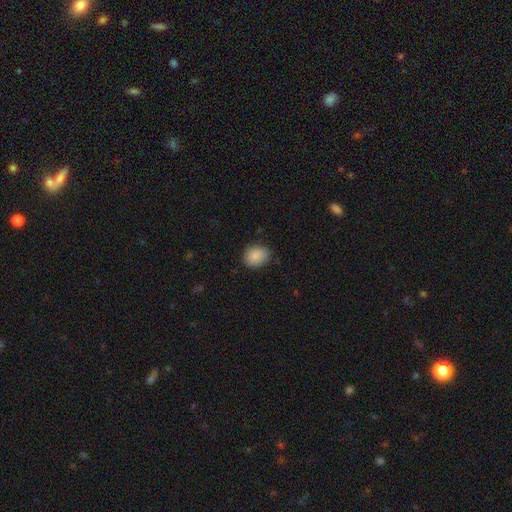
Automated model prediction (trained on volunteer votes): A smooth galaxy with no disk features (87%) that is round (55%). Merging: none (79%).